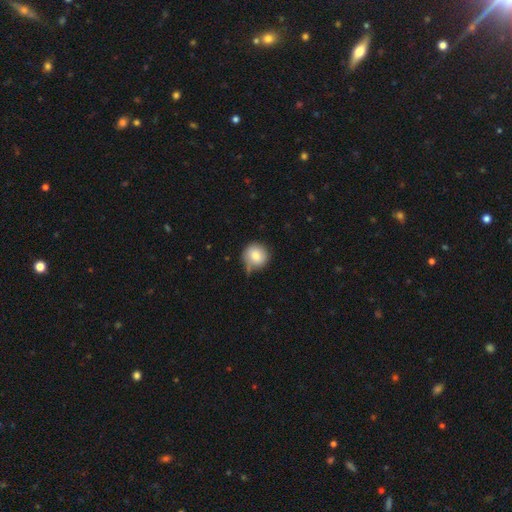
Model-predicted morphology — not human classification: Smooth or featured?
  - smooth: 79% *
  - featured or disk: 13%
  - star or artifact: 8%
How rounded?
  - round: 91% *
  - in between: 8%
  - cigar-shaped: 1%
Merging?
  - none: 60% *
  - minor disturbance: 27%
  - major disturbance: 8%
  - merger: 5%